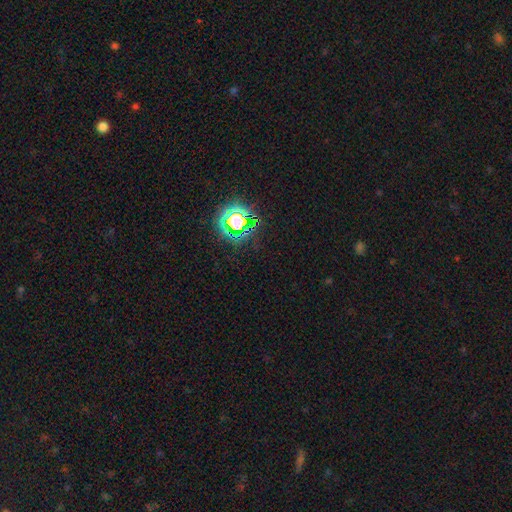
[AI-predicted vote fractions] smooth-or-featured: star or artifact: 77% | smooth: 15% | featured or disk: 8%